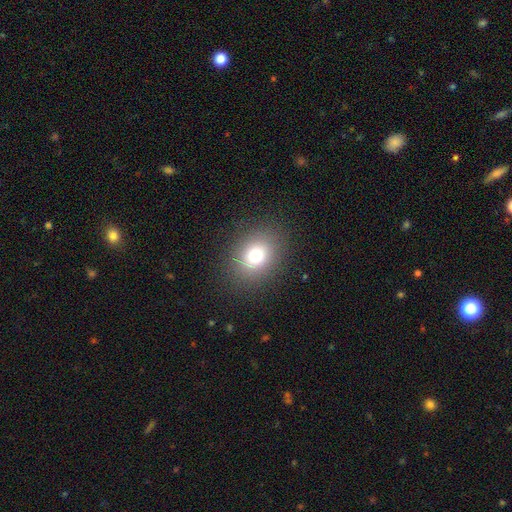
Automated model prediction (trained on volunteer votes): Smooth or featured? smooth (74%)
How rounded? round (51%)
Merging? none (86%)